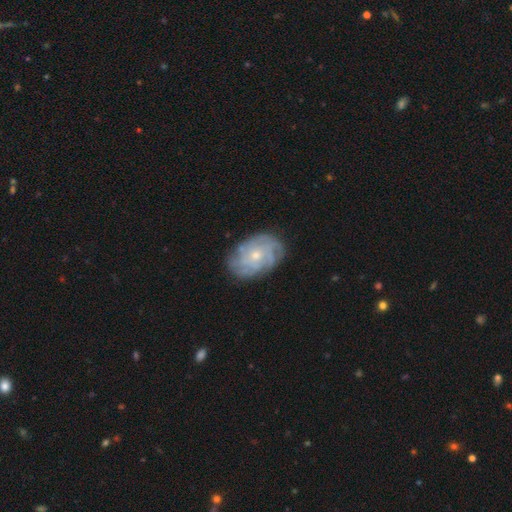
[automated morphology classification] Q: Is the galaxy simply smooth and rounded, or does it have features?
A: featured or disk — 74%.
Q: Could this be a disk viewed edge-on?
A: no — 96%.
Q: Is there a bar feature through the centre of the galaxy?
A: no — 80%.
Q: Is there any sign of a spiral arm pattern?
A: yes — 89%.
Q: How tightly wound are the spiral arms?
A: tight — 67%.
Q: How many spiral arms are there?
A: can't tell — 48%.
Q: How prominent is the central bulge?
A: small — 59%.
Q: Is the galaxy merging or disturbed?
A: none — 78%.